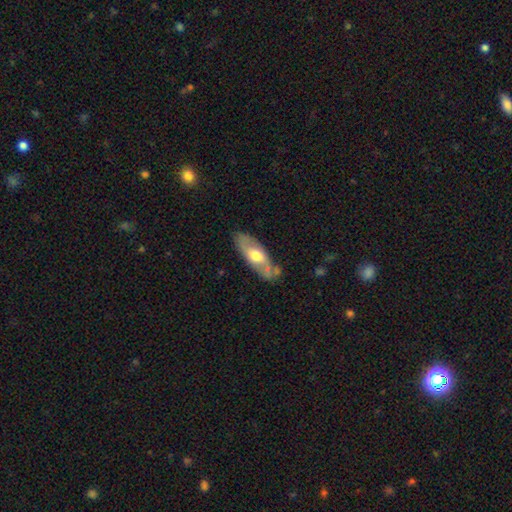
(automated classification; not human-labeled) This is possibly a smooth galaxy (49%). Merging: likely none (69%).